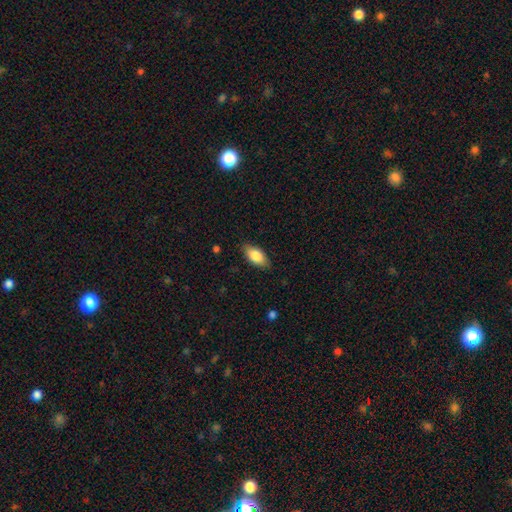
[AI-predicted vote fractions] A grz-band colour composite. It shows a smooth galaxy with no disk features (82%) that is in between round and cigar-shaped (90%). Merging: none (84%).